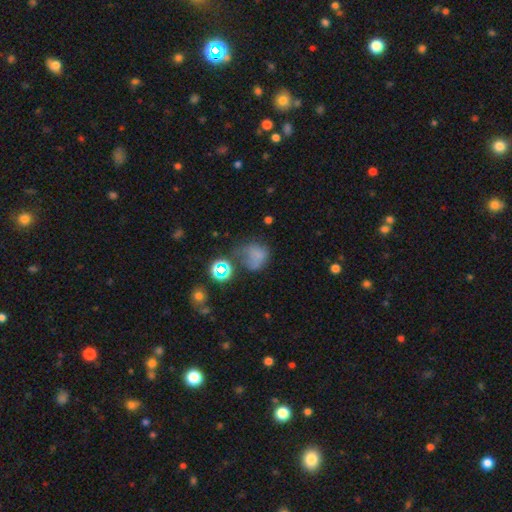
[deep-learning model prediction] smooth-or-featured: smooth: 60% | star or artifact: 23% | featured or disk: 17%
  how-rounded: round: 67% | in between: 31% | cigar-shaped: 1%
  merging: none: 36% | major disturbance: 29% | minor disturbance: 25% | merger: 10%